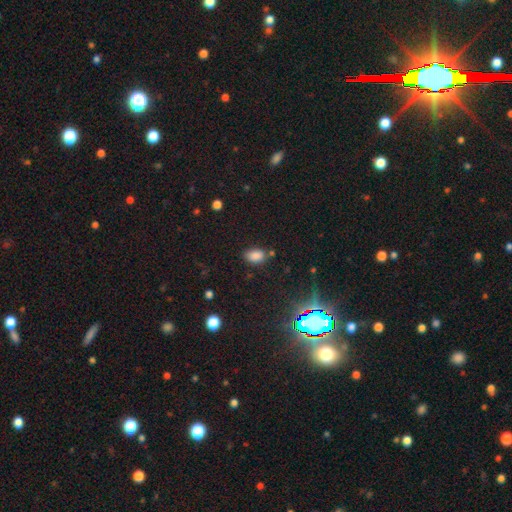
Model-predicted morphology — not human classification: A smooth galaxy with no disk features (80%) that is in between round and cigar-shaped (85%).

Vote fractions:
- Smooth or featured? smooth: 80% / star or artifact: 15% / featured or disk: 5%
- How rounded? in between: 85% / round: 13% / cigar-shaped: 1%
- Merging? none: 78% / minor disturbance: 14% / merger: 5% / major disturbance: 4%